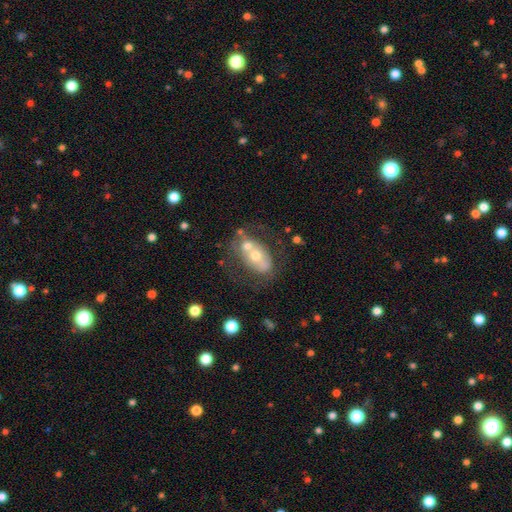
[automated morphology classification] Smooth or featured? featured or disk (51%)
Edge-on disk? no (93%)
Merging? none (39%)